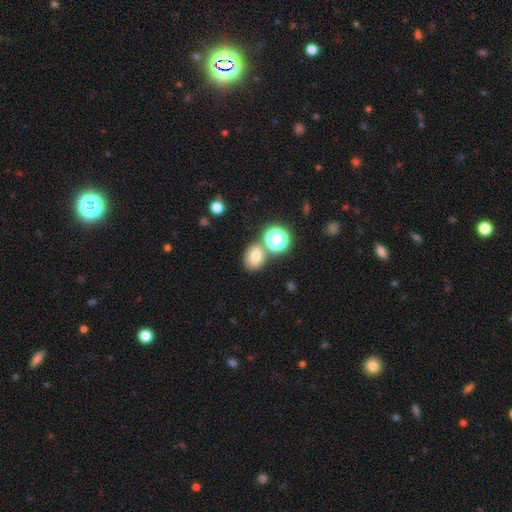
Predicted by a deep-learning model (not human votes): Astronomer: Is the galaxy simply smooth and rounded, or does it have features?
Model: smooth — 72%.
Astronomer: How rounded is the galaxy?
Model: in between — 57% (runner-up: round, 42%).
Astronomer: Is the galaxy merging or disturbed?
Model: none — 65%.